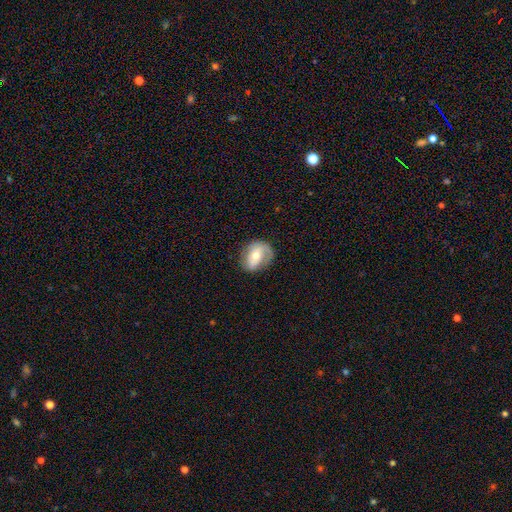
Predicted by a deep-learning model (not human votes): Smooth or featured? Predicted: featured or disk (p=0.56). Edge-on disk? Predicted: no (p=0.95). Bar? Predicted: no (p=0.46). Spiral arms? Predicted: yes (p=0.74). Bulge size? Predicted: moderate (p=0.61). Merging? Predicted: none (p=0.68).